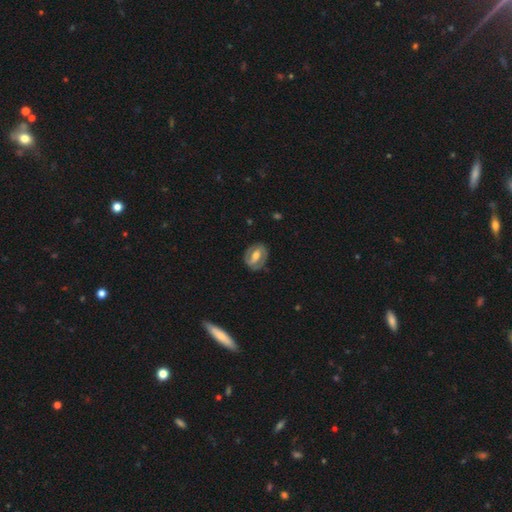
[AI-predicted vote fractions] Smooth or featured? Predicted: featured or disk (p=0.71). Edge-on disk? Predicted: no (p=0.95). Bar? Predicted: strong (p=0.42). Spiral arms? Predicted: yes (p=0.77). Spiral winding? Predicted: tight (p=0.47). Spiral arm count? Predicted: 2 (p=0.81). Bulge size? Predicted: moderate (p=0.68). Merging? Predicted: none (p=0.79).